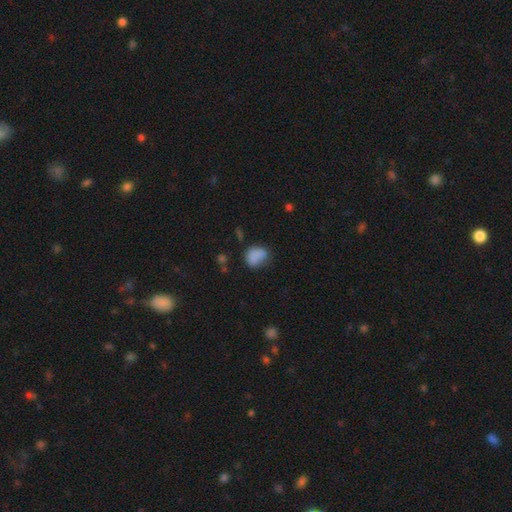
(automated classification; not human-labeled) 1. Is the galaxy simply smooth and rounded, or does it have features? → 80% smooth, 11% star or artifact, 10% featured or disk.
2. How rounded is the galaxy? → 60% in between, 38% round, 1% cigar-shaped.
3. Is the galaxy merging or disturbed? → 51% none, 29% minor disturbance, 12% major disturbance, 7% merger.